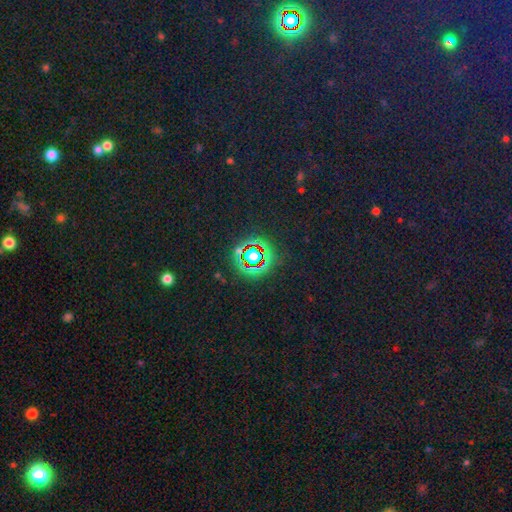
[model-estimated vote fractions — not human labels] Morphology: type=star or artifact (78%).